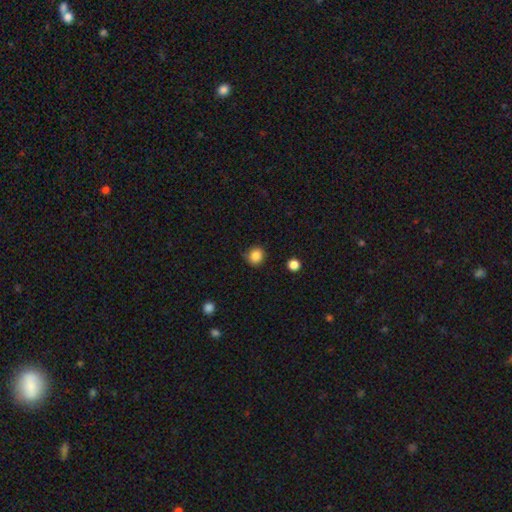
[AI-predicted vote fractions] The model was most divided on "merging": none: 84%, minor disturbance: 12%, major disturbance: 3%, merger: 2%. More confident: how rounded — round (87%); smooth or featured — smooth (85%).